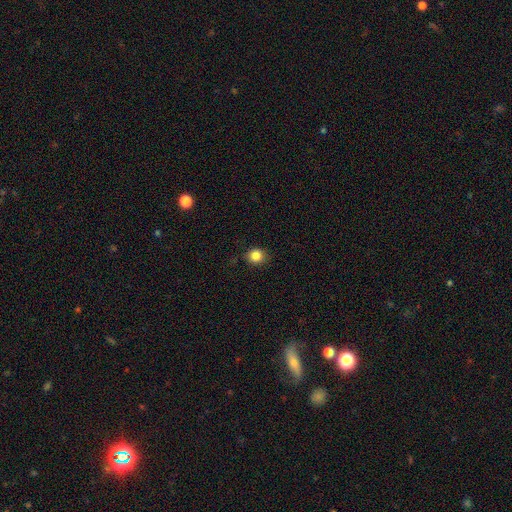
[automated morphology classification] Smooth or featured?
  - smooth: 83% *
  - star or artifact: 11%
  - featured or disk: 5%
How rounded?
  - round: 83% *
  - in between: 16%
  - cigar-shaped: 1%
Merging?
  - none: 85% *
  - minor disturbance: 11%
  - major disturbance: 3%
  - merger: 1%